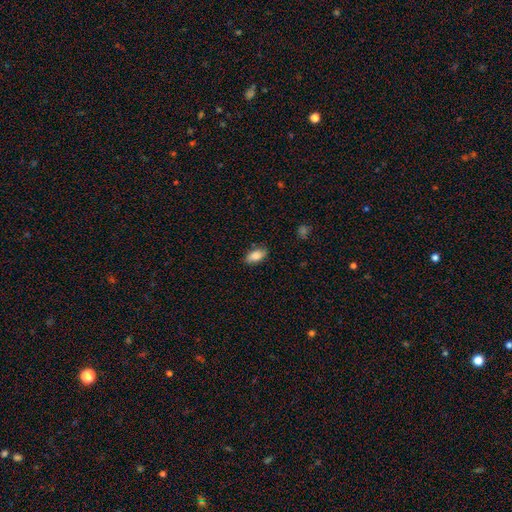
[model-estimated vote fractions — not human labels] A smooth galaxy with no disk features (86%) that is in between round and cigar-shaped (90%).

Vote fractions:
- Smooth or featured? smooth: 86% / star or artifact: 7% / featured or disk: 7%
- How rounded? in between: 90% / cigar-shaped: 6% / round: 4%
- Merging? none: 83% / minor disturbance: 13% / major disturbance: 3% / merger: 1%